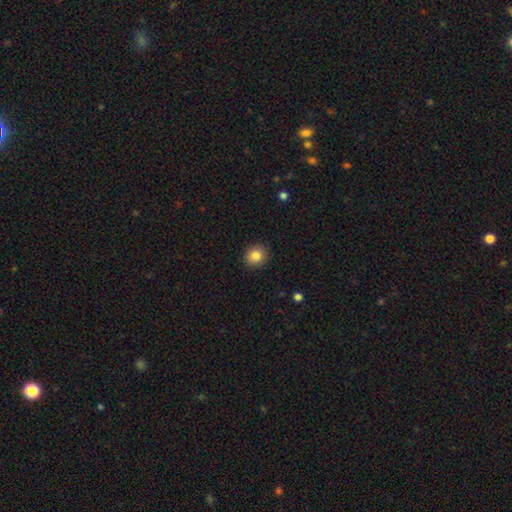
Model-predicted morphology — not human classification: Smooth or featured: smooth — 84% (star or artifact — 10%)
How rounded: round — 83% (in between — 16%)
Merging: none — 90% (minor disturbance — 7%)